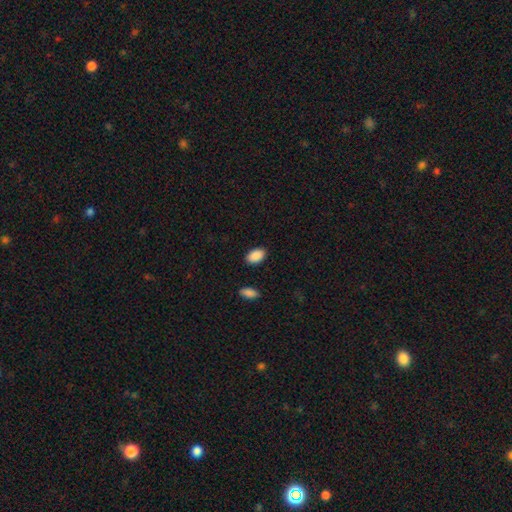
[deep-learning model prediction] smooth_or_featured: smooth (p=0.90) [alt: star or artifact p=0.07]
how_rounded: in between (p=0.92) [alt: round p=0.07]
merging: none (p=0.88) [alt: minor disturbance p=0.08]